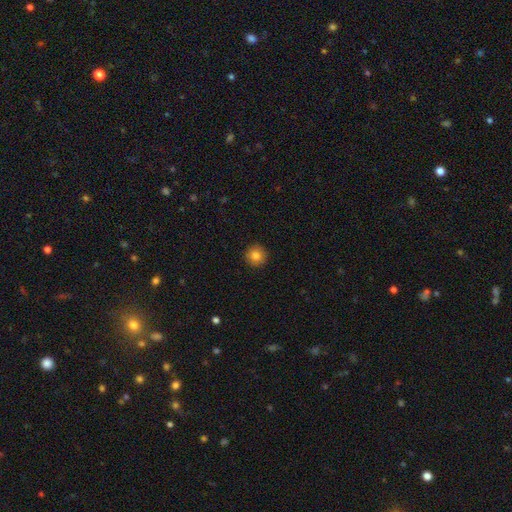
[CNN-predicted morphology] type=smooth (83%); roundness=round (95%); merging=none (93%).